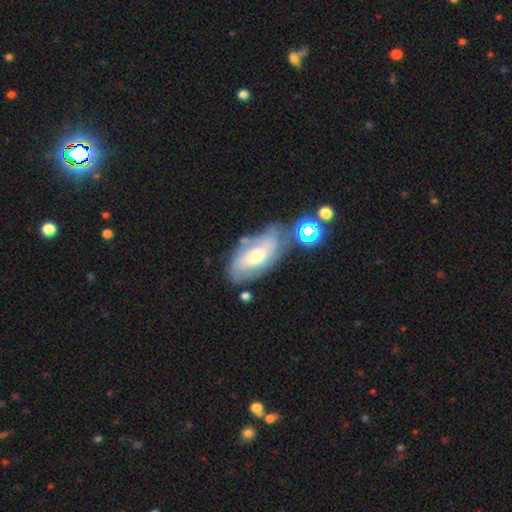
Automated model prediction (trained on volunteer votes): This appears to be a featured or disk galaxy (58%) with no bar (57%), spiral arms (74%) and a moderate central bulge (51%). Merging: none (52%).